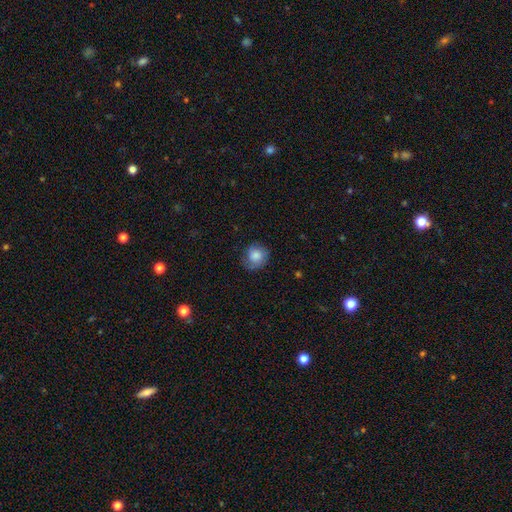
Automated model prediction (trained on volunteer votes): smooth_or_featured: smooth (p=0.75) [alt: featured or disk p=0.17]
how_rounded: round (p=0.83) [alt: in between p=0.16]
merging: none (p=0.69) [alt: minor disturbance p=0.22]